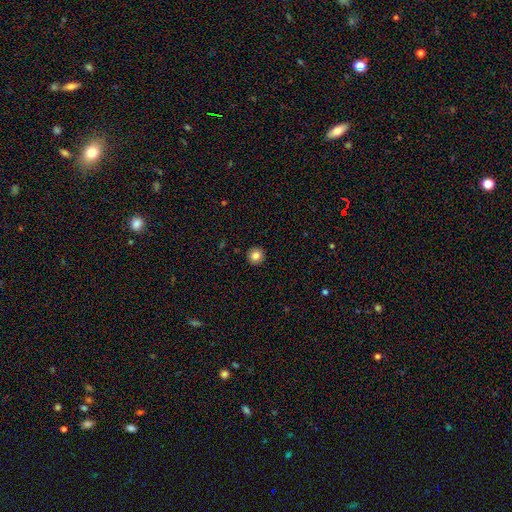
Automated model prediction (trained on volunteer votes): This appears to be a smooth galaxy with no disk features (84%) that is round (94%). Merging: none (92%).